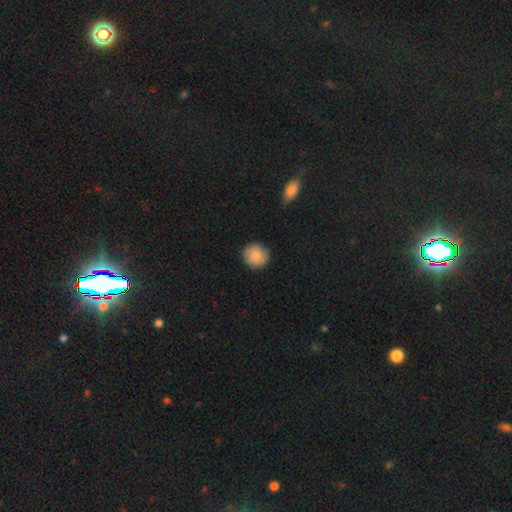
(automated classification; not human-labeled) Smooth or featured? Predicted: smooth (p=0.84). How rounded? Predicted: round (p=0.92). Merging? Predicted: none (p=0.87).